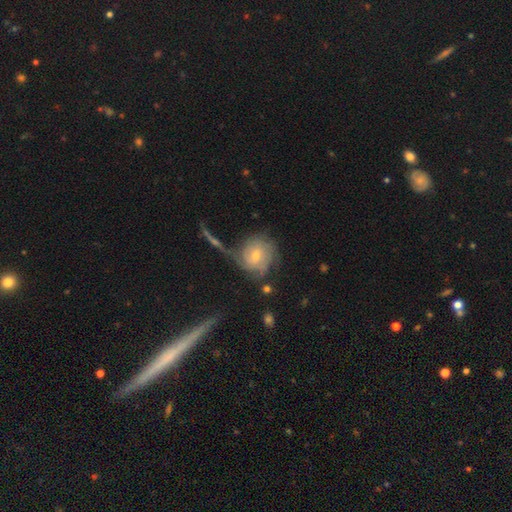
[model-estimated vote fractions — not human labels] Smooth or featured? featured or disk (68%)
Edge-on disk? no (96%)
Bar? no (54%)
Spiral arms? yes (89%)
Spiral winding? tight (58%)
Spiral arm count? can't tell (42%)
Bulge size? small (52%)
Merging? none (54%)